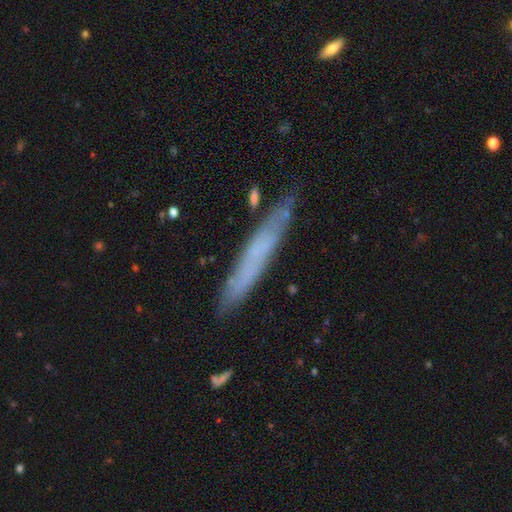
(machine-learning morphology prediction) A featured or disk galaxy (46%, tied with smooth).

Vote fractions:
- Smooth or featured? featured or disk: 46% (tied) / smooth: 46% (tied) / star or artifact: 8%
- Merging? none: 82% / minor disturbance: 14% / major disturbance: 3% / merger: 2%